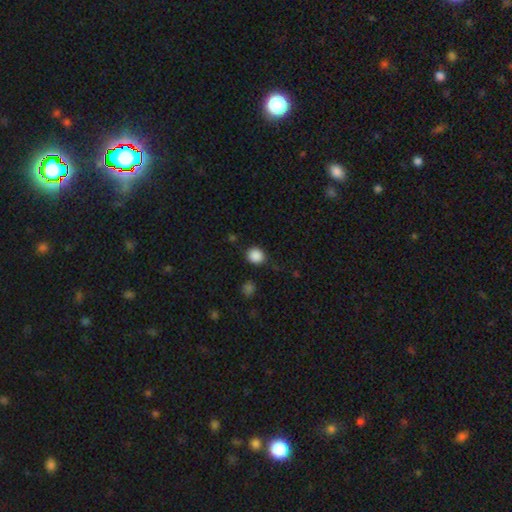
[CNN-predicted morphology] smooth-or-featured: smooth: 87% | star or artifact: 10% | featured or disk: 3%
  how-rounded: round: 82% | in between: 17% | cigar-shaped: 1%
  merging: none: 84% | minor disturbance: 10% | major disturbance: 3% | merger: 2%